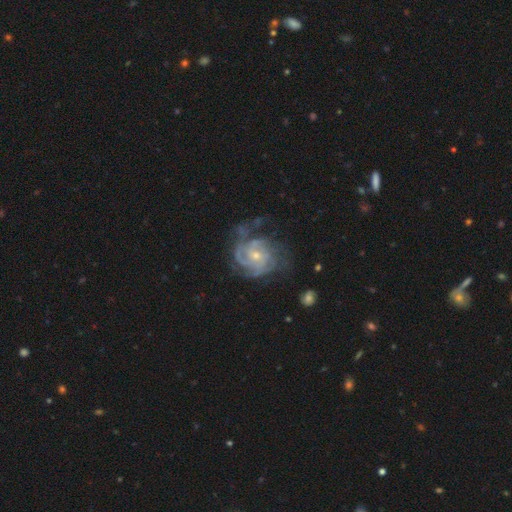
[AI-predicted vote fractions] This appears to be a featured or disk galaxy (86%) with no bar (69%), 3 (28%, tied with can't tell) tight (61%) spiral arms (95%) and a small central bulge (64%). Merging: none (53%).